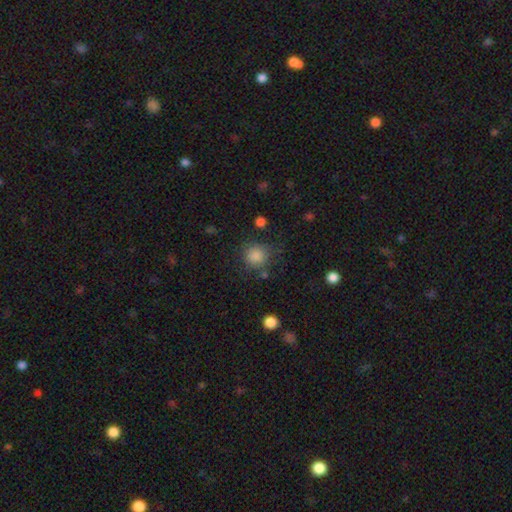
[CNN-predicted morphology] Overall: smooth (84%). How rounded: round (91%). Merging: none (78%).